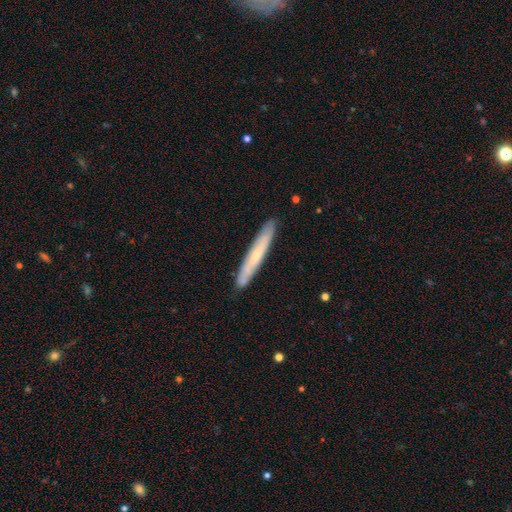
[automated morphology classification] Smooth or featured? Predicted: smooth (p=0.52). How rounded? Predicted: cigar-shaped (p=0.96). Merging? Predicted: none (p=0.88).